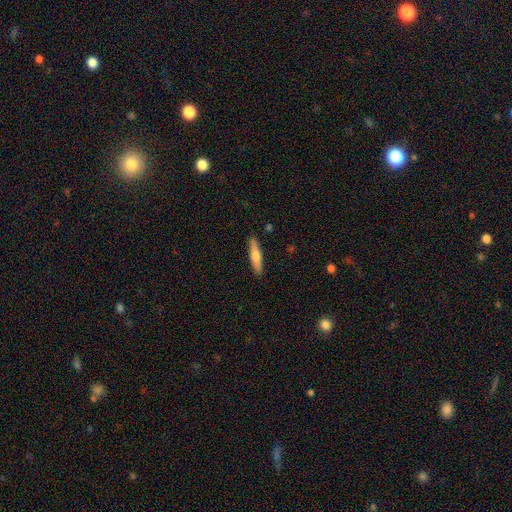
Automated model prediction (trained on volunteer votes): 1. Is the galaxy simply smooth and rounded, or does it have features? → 61% smooth, 34% featured or disk, 5% star or artifact.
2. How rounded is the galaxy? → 85% cigar-shaped, 14% in between, 2% round.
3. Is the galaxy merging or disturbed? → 90% none, 7% minor disturbance, 2% major disturbance, 1% merger.